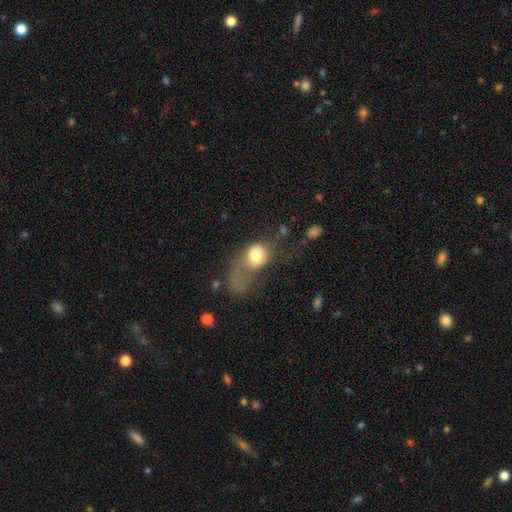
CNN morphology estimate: A smooth galaxy with no disk features (70%) that is round (55%). Merging: major disturbance (64%).